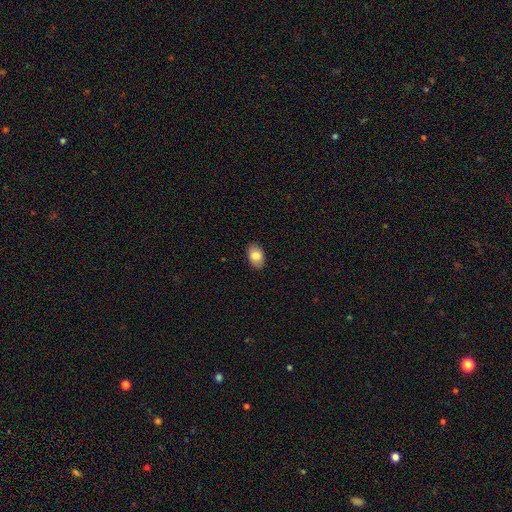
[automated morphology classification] Overall: smooth (83%). How rounded: in between (88%). Merging: none (89%).